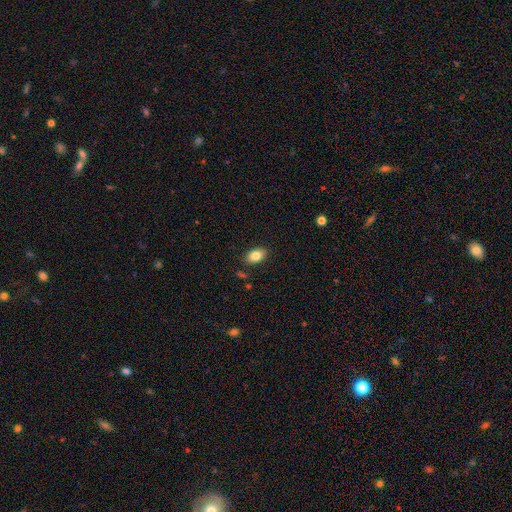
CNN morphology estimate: This is clearly a smooth galaxy (83%). How rounded: clearly in between (89%). Merging: clearly none (86%).